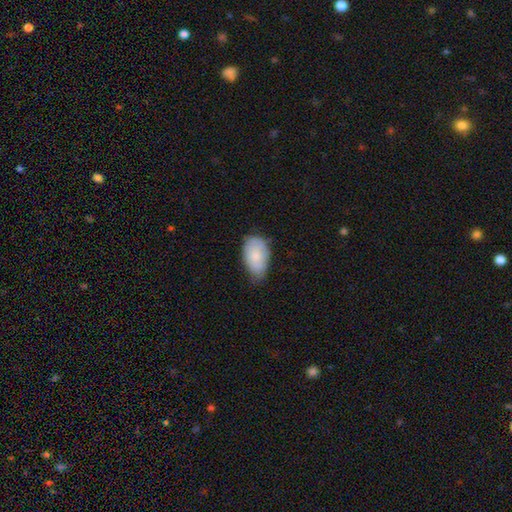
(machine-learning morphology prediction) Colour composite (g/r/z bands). It shows a smooth galaxy with no disk features (80%) that is in between round and cigar-shaped (93%). Merging: none (53%).